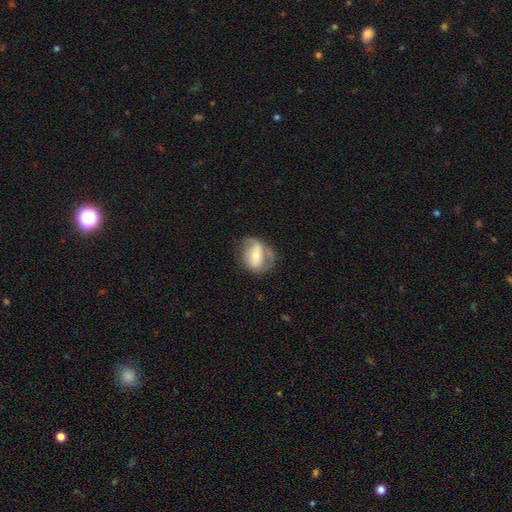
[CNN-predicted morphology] smooth_or_featured: featured or disk (p=0.52) [alt: smooth p=0.41]
disk_edge_on: no (p=0.94) [alt: yes p=0.06]
merging: none (p=0.47) [alt: minor disturbance p=0.28]